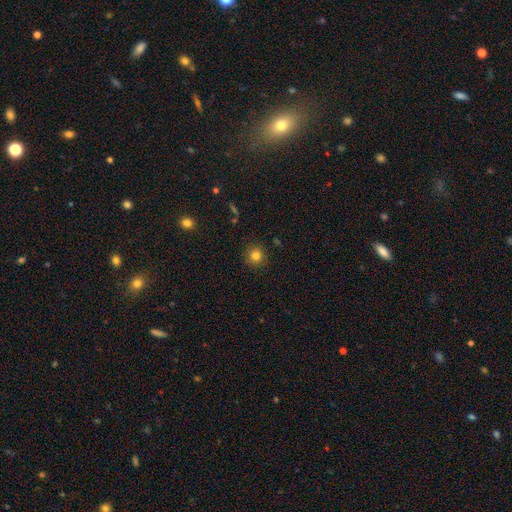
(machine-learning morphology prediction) Overall: smooth (82%). How rounded: round (93%). Merging: none (89%).